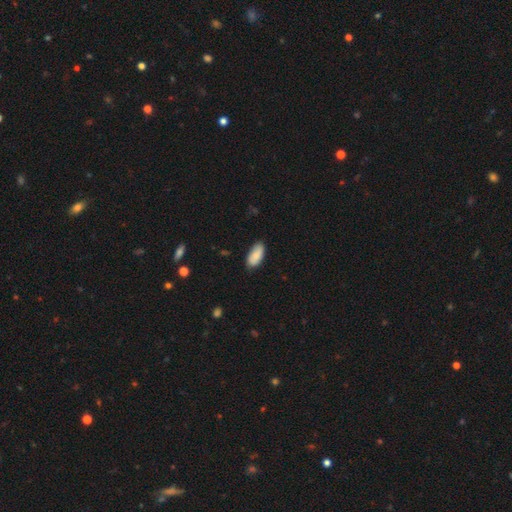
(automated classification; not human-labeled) Smooth or featured? smooth (83%)
How rounded? in between (90%)
Merging? none (81%)